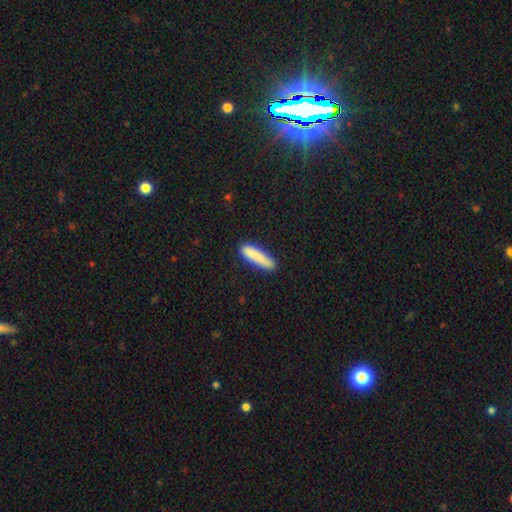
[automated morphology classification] This appears to be a smooth galaxy with no disk features (86%) that is cigar-shaped (83%). Merging: none (85%).